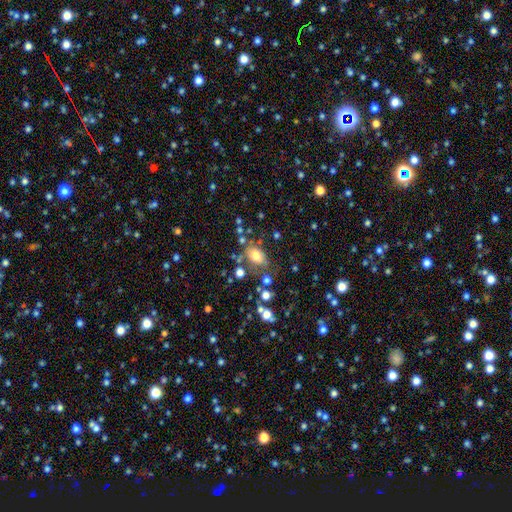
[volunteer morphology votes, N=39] This appears to be a smooth galaxy with no disk features (79%) that is in between round and cigar-shaped (87%). Merging: none (58%).